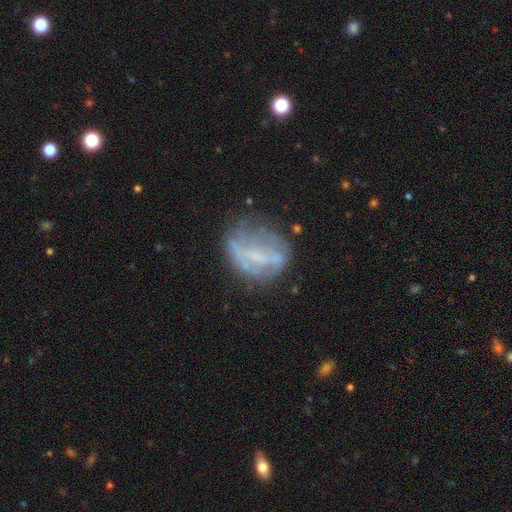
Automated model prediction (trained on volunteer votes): Smooth or featured: featured or disk — 58% (smooth — 29%)
Edge-on disk: no — 95% (yes — 5%)
Bar: no — 43% (weak — 31%)
Spiral arms: no — 73% (yes — 27%)
Bulge size: none — 55% (small — 27%)
Merging: none — 49% (minor disturbance — 24%)